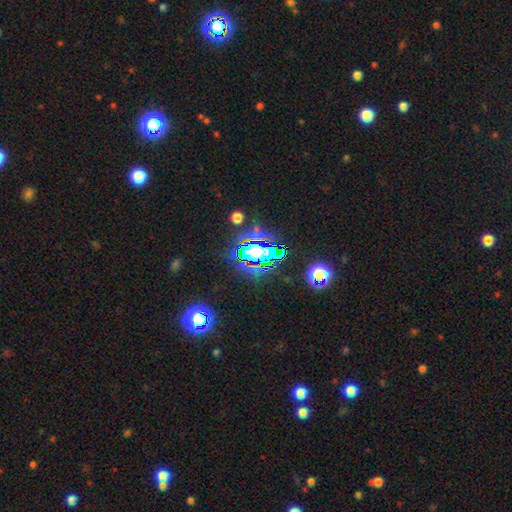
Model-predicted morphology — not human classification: Smooth or featured?
  - star or artifact: 79% *
  - smooth: 13%
  - featured or disk: 8%